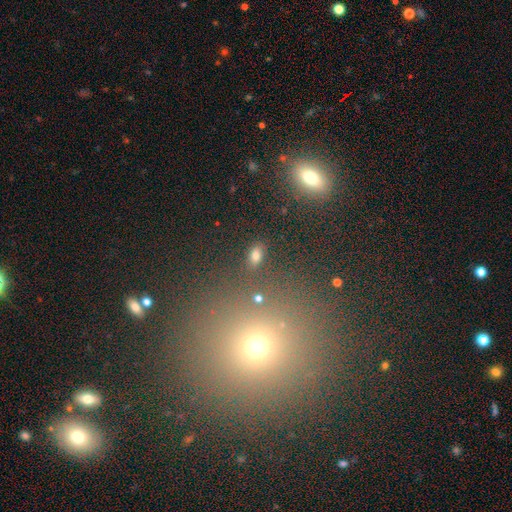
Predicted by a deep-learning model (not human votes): Smooth or featured: smooth — 75% (star or artifact — 17%)
How rounded: in between — 87% (round — 8%)
Merging: none — 84% (minor disturbance — 9%)